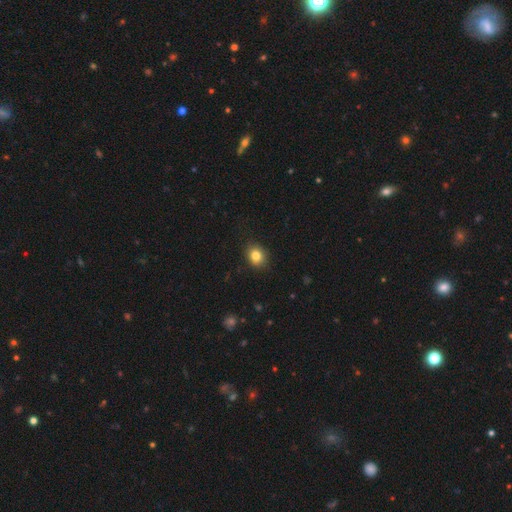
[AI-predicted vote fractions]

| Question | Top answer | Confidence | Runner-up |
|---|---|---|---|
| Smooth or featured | smooth | 83% | star or artifact (10%) |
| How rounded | round | 64% | in between (35%) |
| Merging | none | 89% | minor disturbance (8%) |